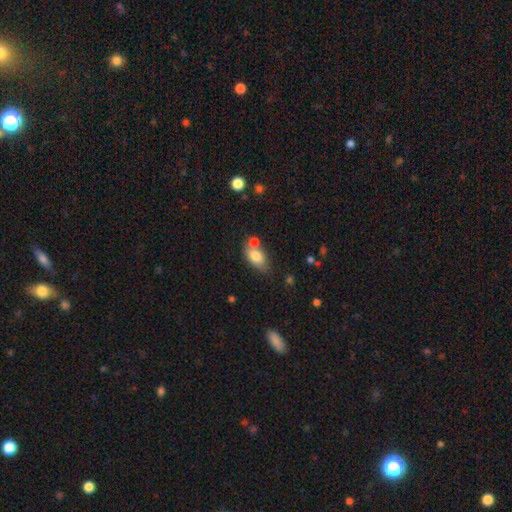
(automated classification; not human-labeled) This appears to be a smooth galaxy with no disk features (78%) that is in between round and cigar-shaped (87%). Merging: none (50%).